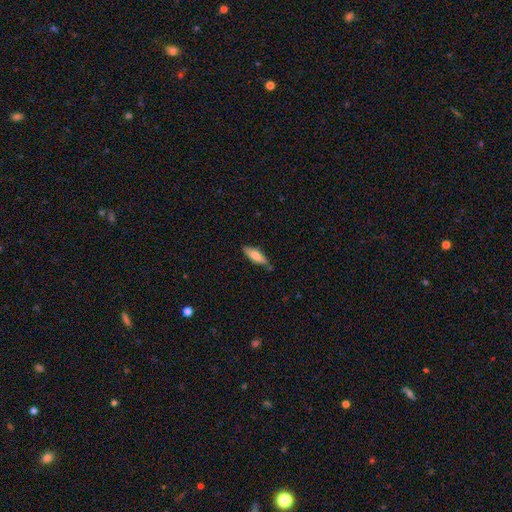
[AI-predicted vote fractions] Smooth or featured: smooth — 74% (featured or disk — 20%)
How rounded: in between — 55% (cigar-shaped — 43%)
Merging: none — 73% (minor disturbance — 20%)